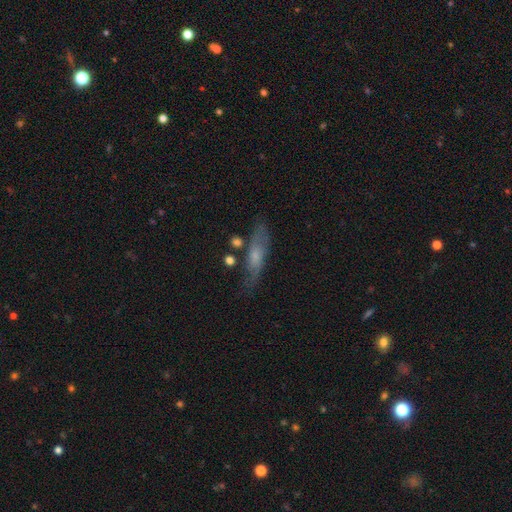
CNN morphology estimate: A smooth galaxy with no disk features (48%). Merging: none (64%).